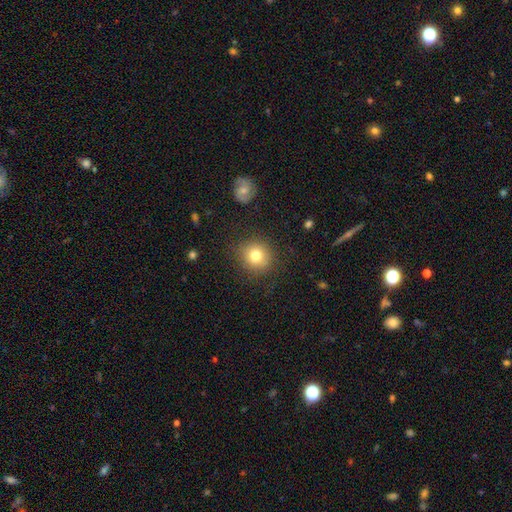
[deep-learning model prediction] Overall: smooth (80%). How rounded: round (88%). Merging: none (86%).